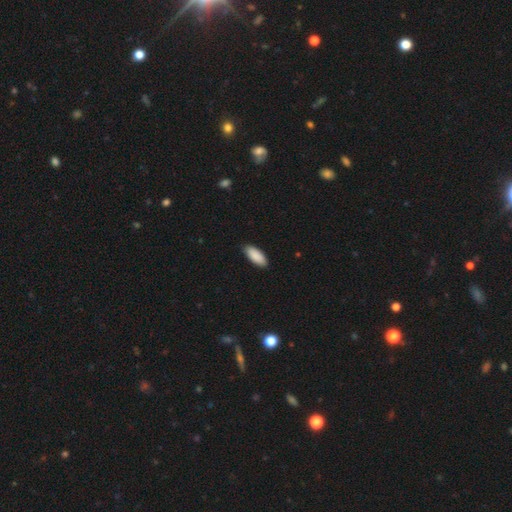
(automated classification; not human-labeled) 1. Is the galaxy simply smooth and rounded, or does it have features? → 91% smooth, 6% star or artifact, 4% featured or disk.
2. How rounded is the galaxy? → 84% in between, 14% cigar-shaped, 2% round.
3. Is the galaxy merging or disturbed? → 89% none, 9% minor disturbance, 2% major disturbance, 1% merger.